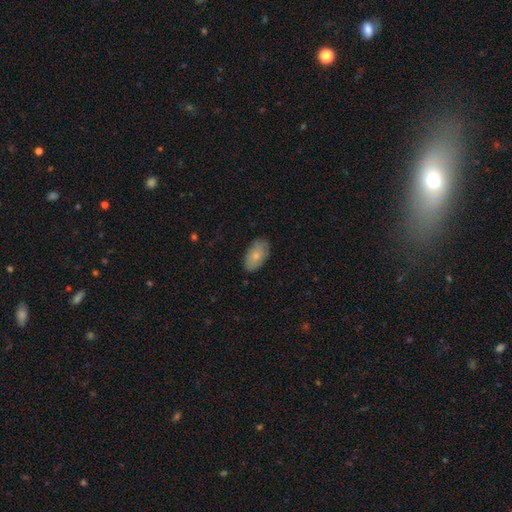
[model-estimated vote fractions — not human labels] The model was most divided on "smooth or featured": smooth: 80%, featured or disk: 14%, star or artifact: 6%. More confident: how rounded — in between (94%); merging — none (83%).